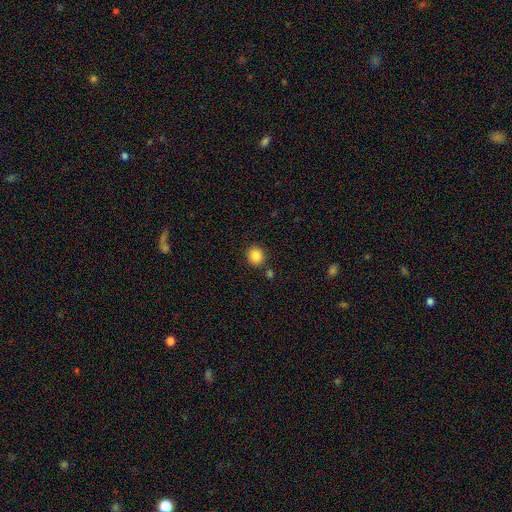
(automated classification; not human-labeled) Smooth or featured? Predicted: smooth (p=0.87). How rounded? Predicted: round (p=0.86). Merging? Predicted: none (p=0.84).